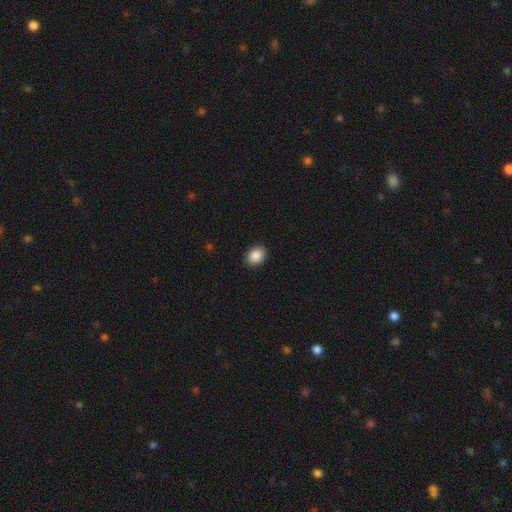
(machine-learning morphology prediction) This appears to be a smooth galaxy with no disk features (88%) that is in between round and cigar-shaped (50%). Merging: none (90%).